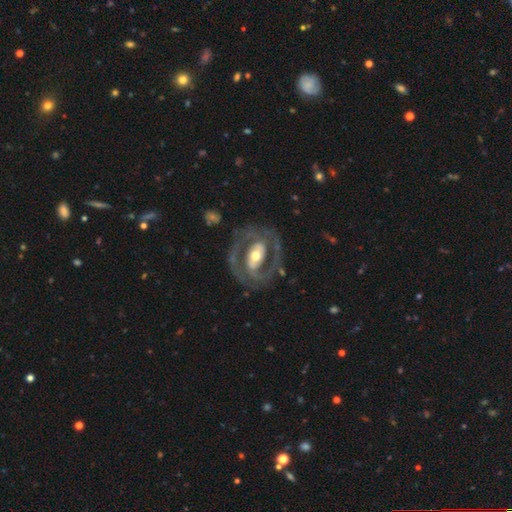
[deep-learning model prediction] Smooth or featured? featured or disk (85%)
Edge-on disk? no (96%)
Bar? strong (38%)
Spiral arms? yes (80%)
Spiral winding? tight (45%)
Spiral arm count? 2 (83%)
Bulge size? moderate (66%)
Merging? none (77%)